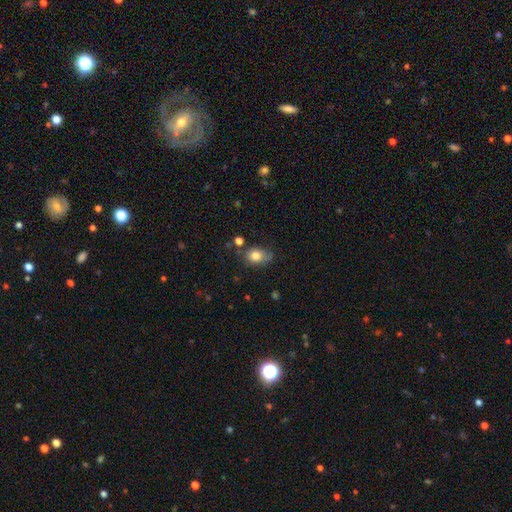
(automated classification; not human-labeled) This appears to be a smooth galaxy with no disk features (79%) that is in between round and cigar-shaped (71%). Merging: none (59%).